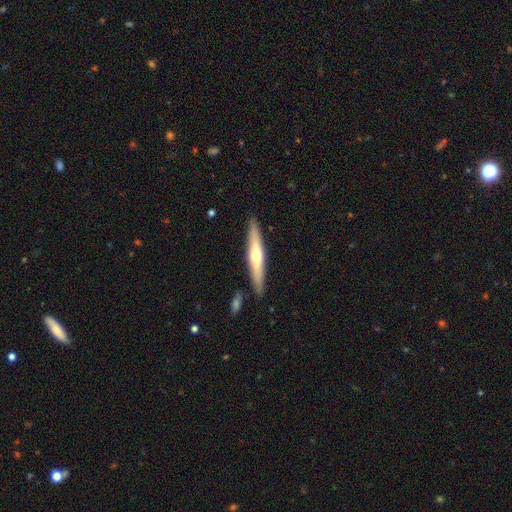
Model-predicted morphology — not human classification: Smooth or featured? featured or disk (55%)
Edge-on disk? yes (91%)
Edge-on bulge? rounded (86%)
Merging? none (88%)